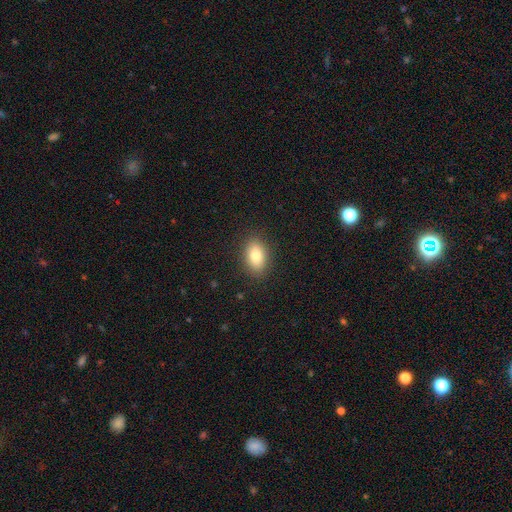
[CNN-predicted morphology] Q: Smooth or featured?
A: smooth (82%); runner-up: featured or disk (10%)
Q: How rounded?
A: in between (86%); runner-up: round (12%)
Q: Merging?
A: none (88%); runner-up: minor disturbance (8%)